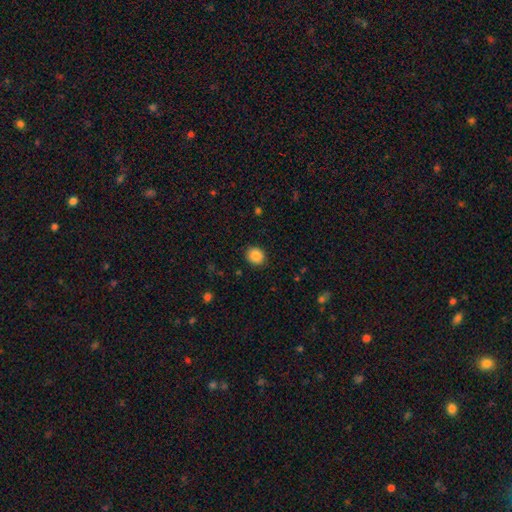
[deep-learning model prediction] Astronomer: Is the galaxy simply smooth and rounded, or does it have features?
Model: smooth — 88%.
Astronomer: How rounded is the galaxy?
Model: round — 72%.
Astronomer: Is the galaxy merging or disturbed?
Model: none — 90%.